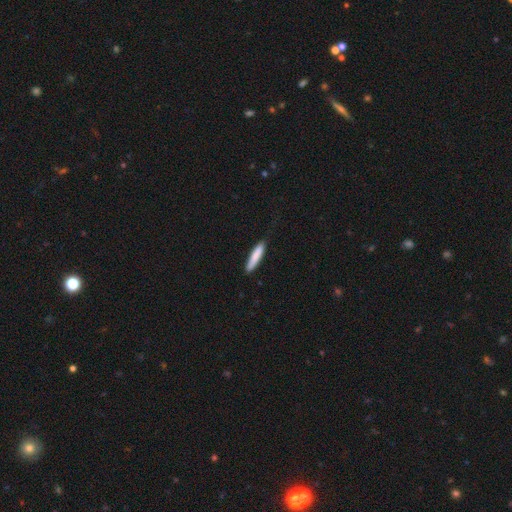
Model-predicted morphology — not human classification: Smooth or featured?
  - smooth: 82% *
  - featured or disk: 12%
  - star or artifact: 5%
How rounded?
  - cigar-shaped: 89% *
  - in between: 10%
  - round: 1%
Merging?
  - none: 84% *
  - minor disturbance: 13%
  - major disturbance: 2%
  - merger: 1%